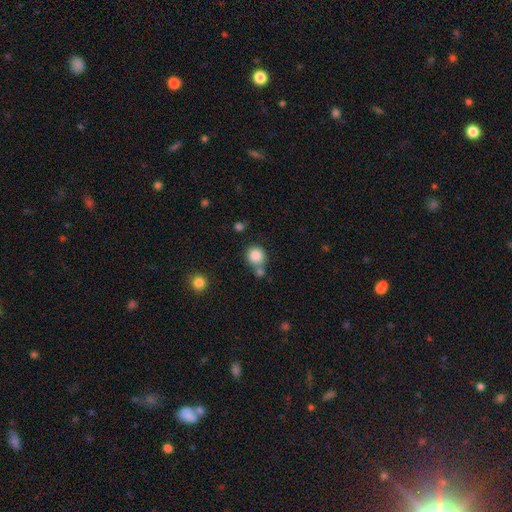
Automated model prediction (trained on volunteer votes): A smooth galaxy with no disk features (85%) that is round (87%). Merging: none (58%).